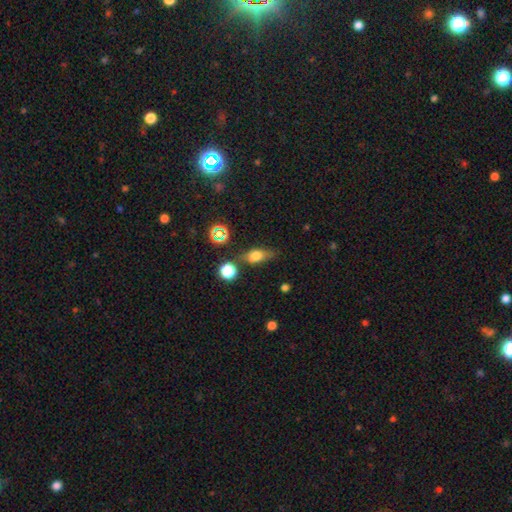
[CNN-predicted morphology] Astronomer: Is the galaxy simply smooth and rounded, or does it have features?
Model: smooth — 67%.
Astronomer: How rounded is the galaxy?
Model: in between — 66%.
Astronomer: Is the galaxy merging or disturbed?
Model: none — 65%.